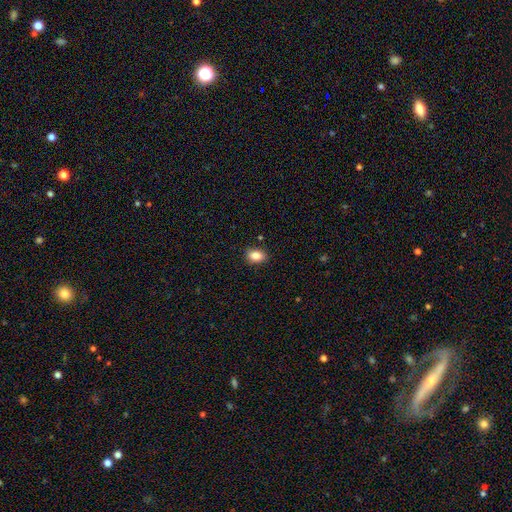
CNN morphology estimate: A smooth galaxy with no disk features (85%) that is in between round and cigar-shaped (81%). Merging: none (87%).